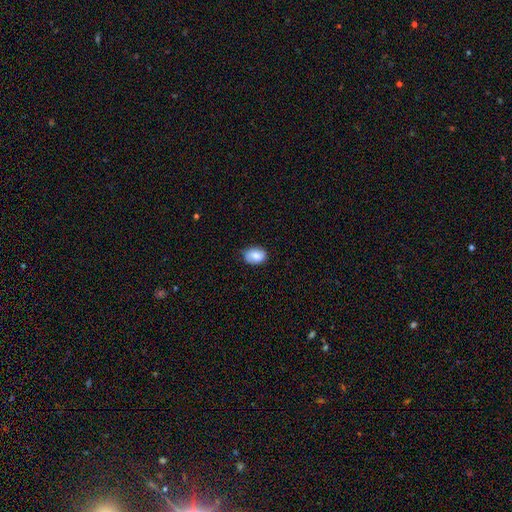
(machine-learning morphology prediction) This appears to be a smooth galaxy with no disk features (80%) that is in between round and cigar-shaped (70%). Merging: none (77%).